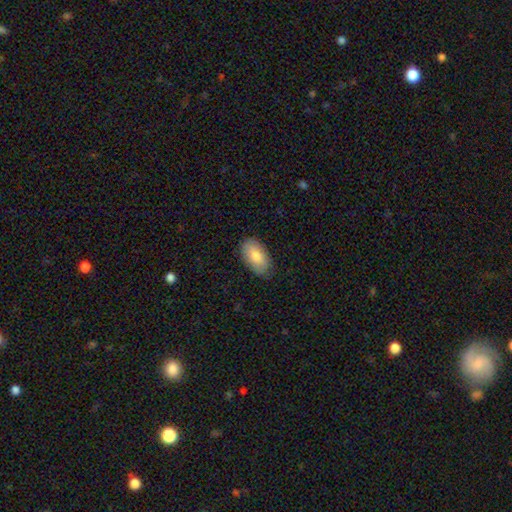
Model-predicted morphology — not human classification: Overall: smooth (83%). How rounded: in between (94%). Merging: none (84%).